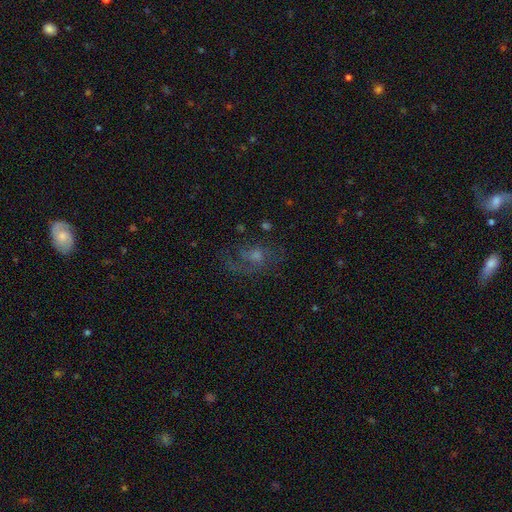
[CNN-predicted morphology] smooth_or_featured: featured or disk (p=0.60) [alt: star or artifact p=0.21]
disk_edge_on: no (p=0.96) [alt: yes p=0.04]
bar: no (p=0.73) [alt: weak p=0.23]
has_spiral_arms: yes (p=0.81) [alt: no p=0.19]
bulge_size: moderate (p=0.48) [alt: small p=0.36]
merging: none (p=0.60) [alt: major disturbance p=0.20]